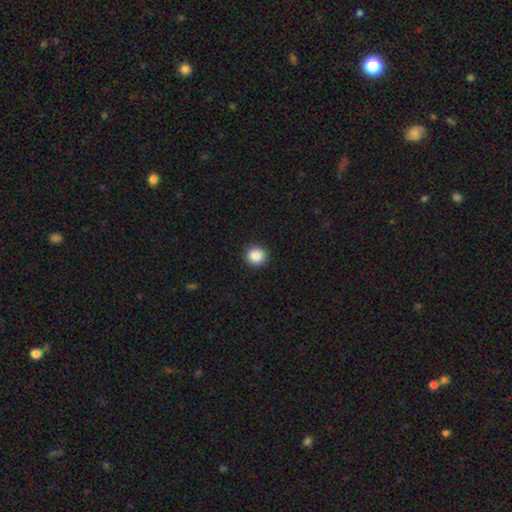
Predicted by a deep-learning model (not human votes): A smooth galaxy with no disk features (87%) that is round (92%). Merging: none (92%).